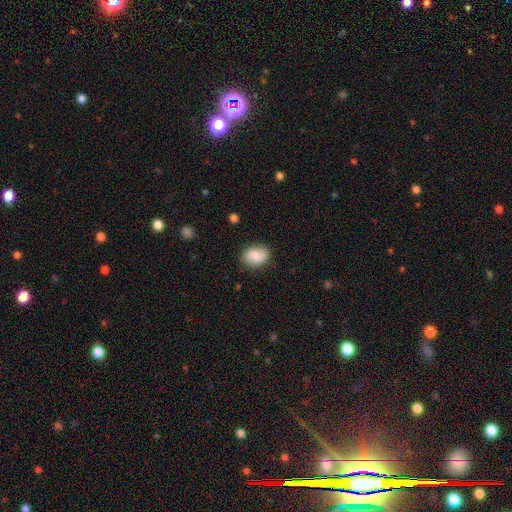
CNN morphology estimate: Smooth or featured: smooth — 73% (featured or disk — 19%)
How rounded: in between — 62% (round — 37%)
Merging: none — 78% (minor disturbance — 17%)